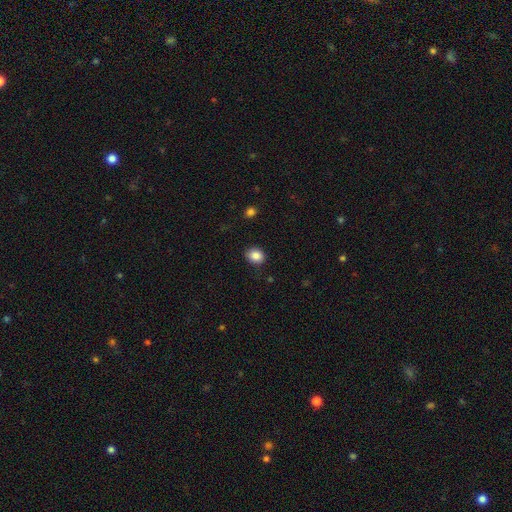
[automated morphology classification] Smooth or featured: smooth — 87% (star or artifact — 9%)
How rounded: round — 55% (in between — 44%)
Merging: none — 86% (minor disturbance — 10%)